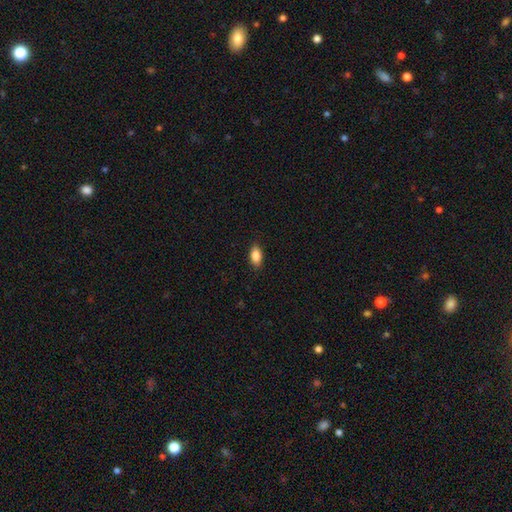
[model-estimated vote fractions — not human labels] Smooth or featured?
  - smooth: 87% *
  - star or artifact: 7%
  - featured or disk: 6%
How rounded?
  - in between: 90% *
  - round: 5%
  - cigar-shaped: 5%
Merging?
  - none: 88% *
  - minor disturbance: 9%
  - major disturbance: 2%
  - merger: 1%